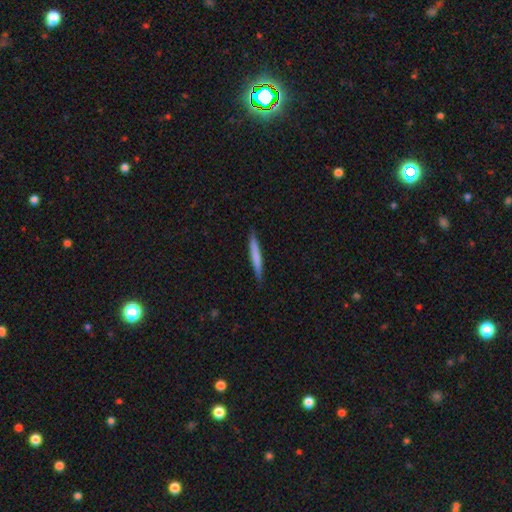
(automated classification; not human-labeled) This appears to be a smooth galaxy with no disk features (66%) that is cigar-shaped (96%). Merging: none (89%).